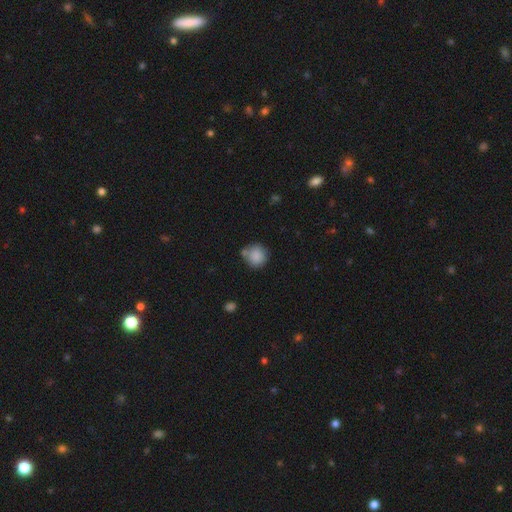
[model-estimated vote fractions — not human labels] Smooth or featured? Predicted: smooth (p=0.87). How rounded? Predicted: round (p=0.90). Merging? Predicted: none (p=0.62).